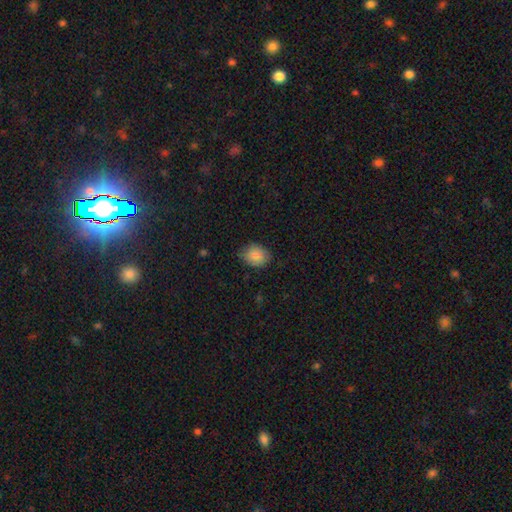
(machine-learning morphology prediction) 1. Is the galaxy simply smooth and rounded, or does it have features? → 88% smooth, 7% star or artifact, 5% featured or disk.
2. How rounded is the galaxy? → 59% in between, 40% round, 1% cigar-shaped.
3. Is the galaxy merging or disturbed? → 75% none, 20% minor disturbance, 4% major disturbance, 1% merger.